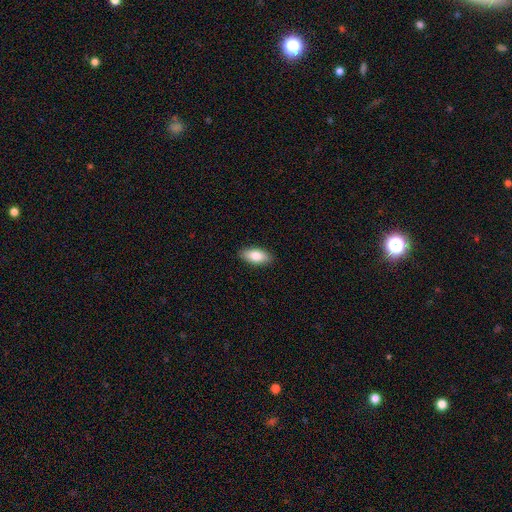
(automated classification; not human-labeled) The model was most divided on "smooth or featured": smooth: 85%, featured or disk: 9%, star or artifact: 6%. More confident: how rounded — in between (90%); merging — none (89%).